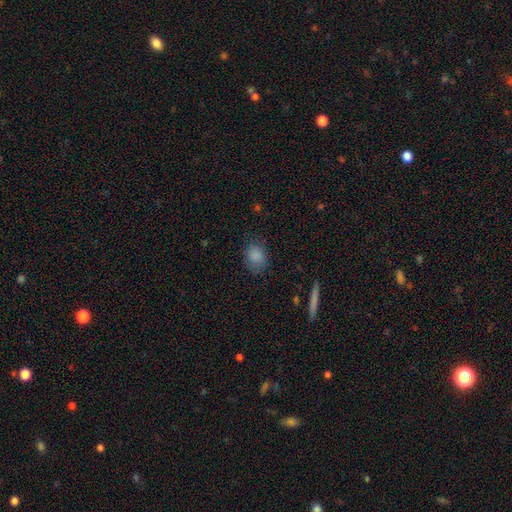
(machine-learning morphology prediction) Q: Smooth or featured?
A: smooth (85%); runner-up: star or artifact (9%)
Q: How rounded?
A: in between (54%); runner-up: round (45%)
Q: Merging?
A: none (76%); runner-up: minor disturbance (18%)